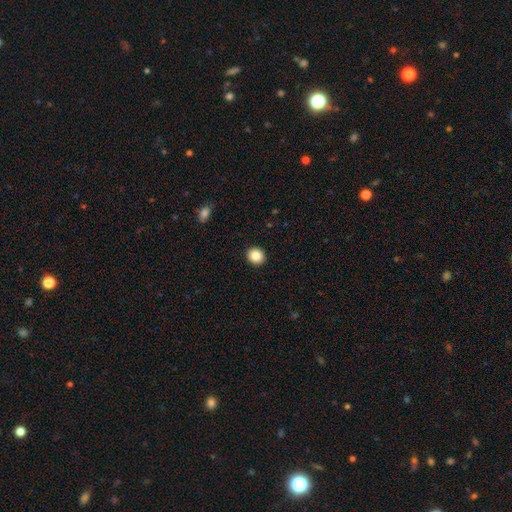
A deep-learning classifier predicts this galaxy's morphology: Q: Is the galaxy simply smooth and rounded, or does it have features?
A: smooth — 86%.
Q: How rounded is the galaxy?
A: round — 85%.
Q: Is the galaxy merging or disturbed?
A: none — 93%.